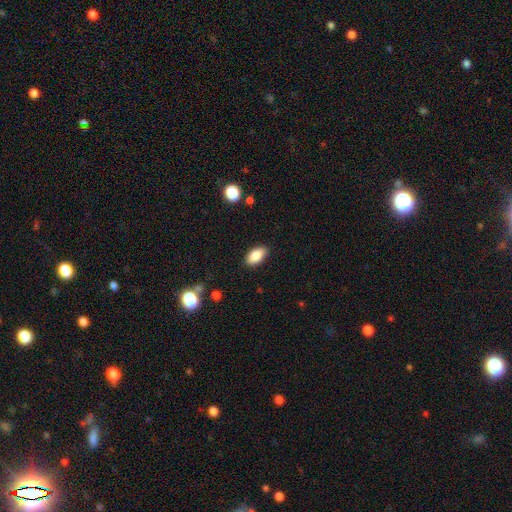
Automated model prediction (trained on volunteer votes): The model was most divided on "smooth or featured": smooth: 84%, featured or disk: 8%, star or artifact: 7%. More confident: how rounded — in between (92%); merging — none (87%).